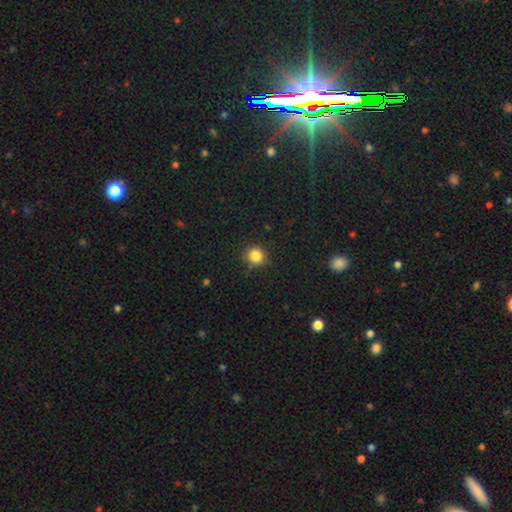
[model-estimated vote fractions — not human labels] Smooth or featured? Predicted: smooth (p=0.84). How rounded? Predicted: round (p=0.90). Merging? Predicted: none (p=0.87).